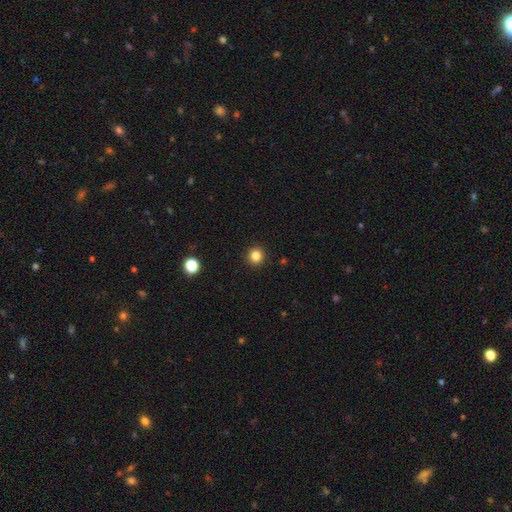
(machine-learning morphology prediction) The model was most divided on "smooth or featured": smooth: 84%, star or artifact: 12%, featured or disk: 4%. More confident: how rounded — round (94%); merging — none (93%).